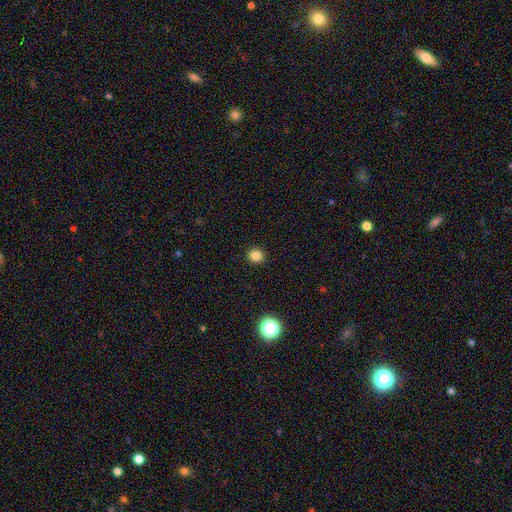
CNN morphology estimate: A smooth galaxy with no disk features (84%) that is round (90%).

Vote fractions:
- Smooth or featured? smooth: 84% / star or artifact: 13% / featured or disk: 4%
- How rounded? round: 90% / in between: 9% / cigar-shaped: 1%
- Merging? none: 92% / minor disturbance: 5% / major disturbance: 2% / merger: 1%